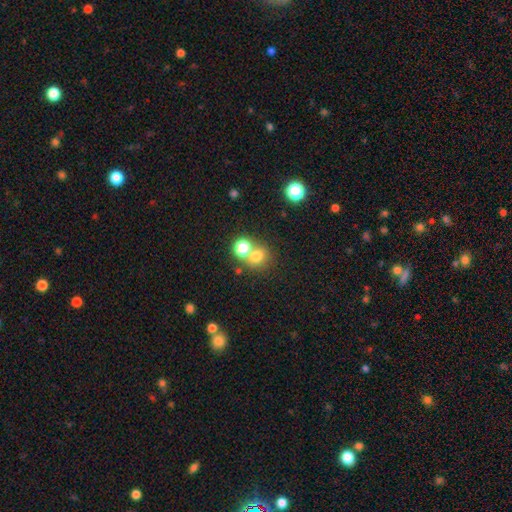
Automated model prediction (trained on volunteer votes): The model was most divided on "merging": none: 55%, merger: 33%, minor disturbance: 8%, major disturbance: 4%. More confident: how rounded — round (77%); smooth or featured — smooth (71%).